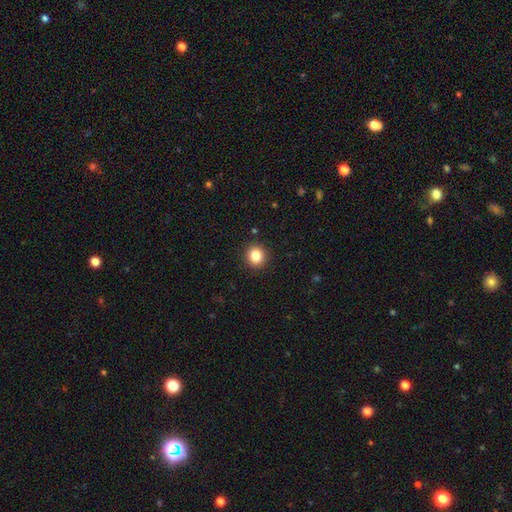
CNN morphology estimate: smooth-or-featured: smooth: 85% | star or artifact: 11% | featured or disk: 5%
  how-rounded: round: 86% | in between: 13% | cigar-shaped: 1%
  merging: none: 92% | minor disturbance: 5% | major disturbance: 2% | merger: 1%